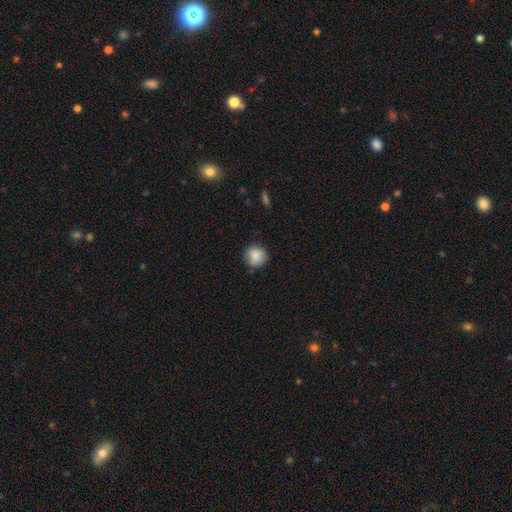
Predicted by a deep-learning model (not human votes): smooth-or-featured: smooth: 86% | star or artifact: 8% | featured or disk: 6%
  how-rounded: round: 90% | in between: 9% | cigar-shaped: 1%
  merging: none: 80% | minor disturbance: 15% | major disturbance: 3% | merger: 1%